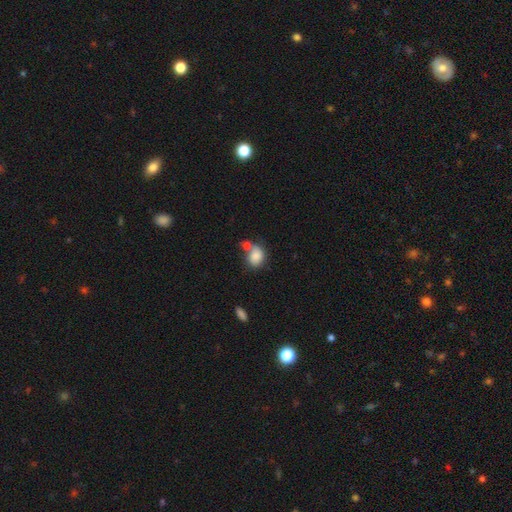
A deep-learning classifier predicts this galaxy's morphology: A smooth galaxy with no disk features (83%) that is in between round and cigar-shaped (54%).

Vote fractions:
- Smooth or featured? smooth: 83% / star or artifact: 8% / featured or disk: 8%
- How rounded? in between: 54% / round: 45% / cigar-shaped: 1%
- Merging? none: 39% / merger: 36% / minor disturbance: 18% / major disturbance: 8%